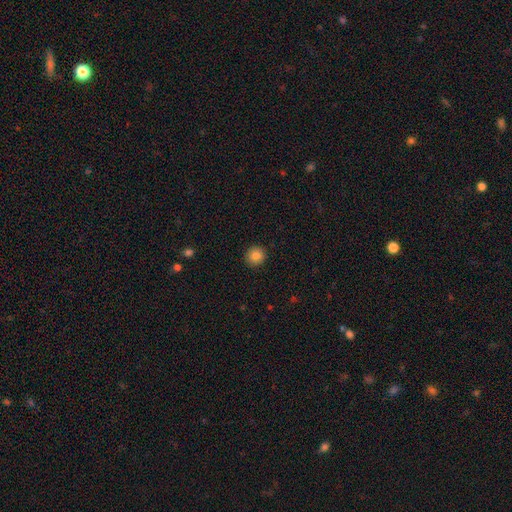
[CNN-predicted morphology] smooth-or-featured: smooth: 85% | star or artifact: 10% | featured or disk: 5%
  how-rounded: round: 92% | in between: 7% | cigar-shaped: 1%
  merging: none: 92% | minor disturbance: 5% | major disturbance: 2% | merger: 1%